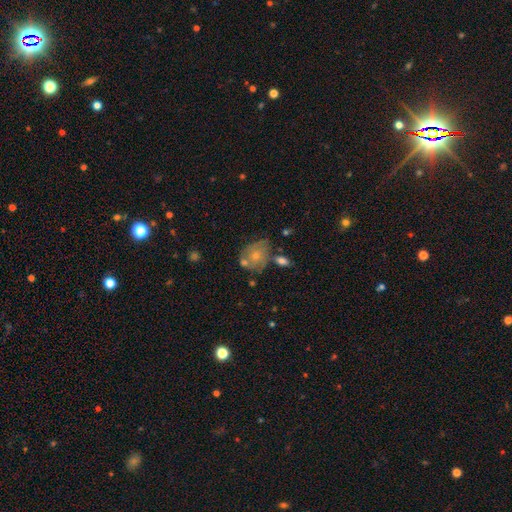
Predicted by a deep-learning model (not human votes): This appears to be a smooth galaxy with no disk features (53%) that is round (53%). Merging: none (42%).